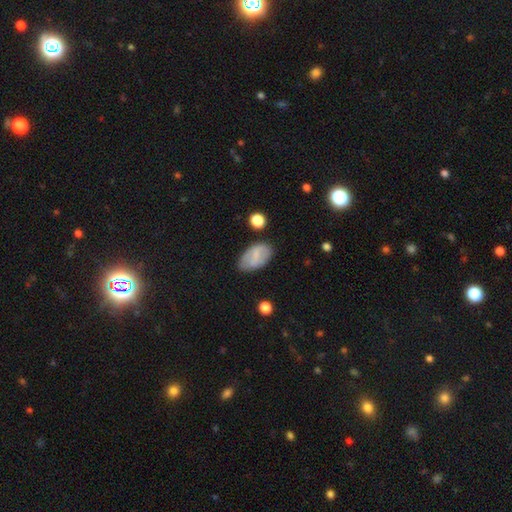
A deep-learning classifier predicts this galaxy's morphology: This is likely a smooth galaxy (68%). How rounded: clearly in between (93%). Merging: likely none (74%).